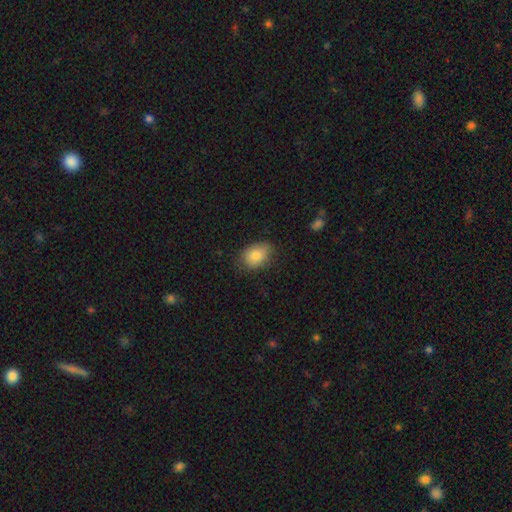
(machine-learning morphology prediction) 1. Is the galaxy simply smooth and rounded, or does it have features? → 82% smooth, 10% featured or disk, 8% star or artifact.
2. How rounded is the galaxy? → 73% in between, 25% round, 1% cigar-shaped.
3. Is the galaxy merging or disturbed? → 74% none, 20% minor disturbance, 4% major disturbance, 1% merger.